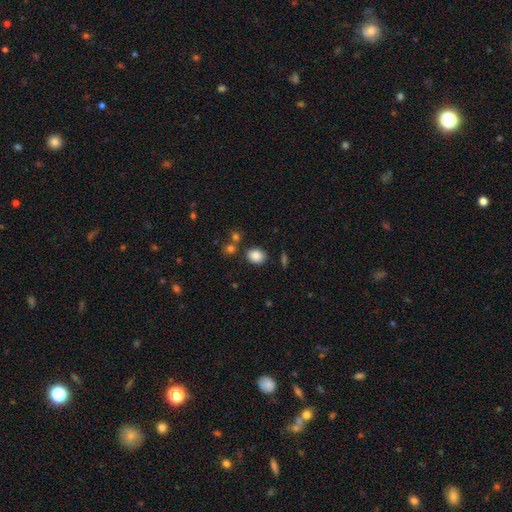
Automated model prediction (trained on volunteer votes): Smooth or featured: smooth — 86% (star or artifact — 10%)
How rounded: round — 55% (in between — 44%)
Merging: none — 81% (minor disturbance — 10%)